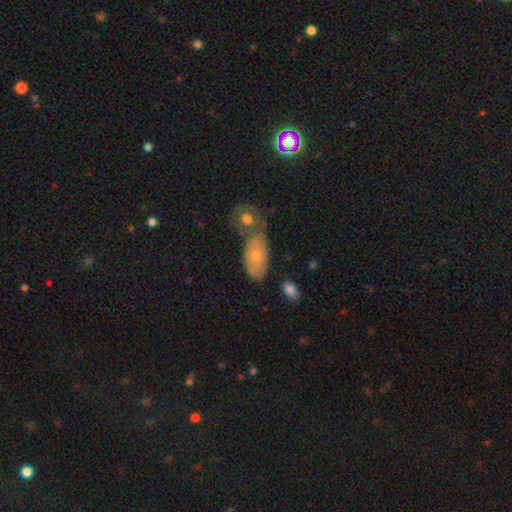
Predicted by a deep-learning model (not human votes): Smooth or featured?
  - smooth: 48% *
  - featured or disk: 40%
  - star or artifact: 12%
Merging?
  - none: 45% *
  - merger: 33%
  - minor disturbance: 16%
  - major disturbance: 6%